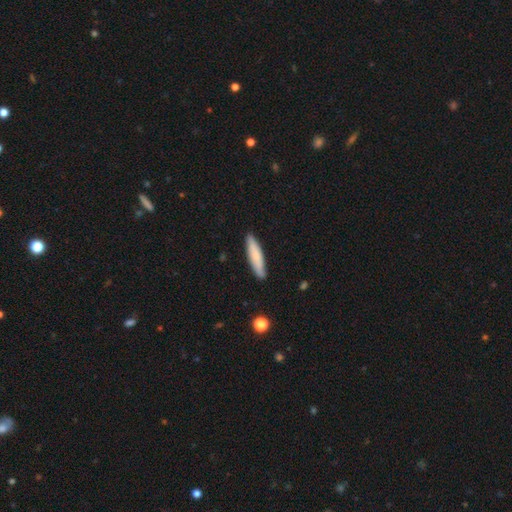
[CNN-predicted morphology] Q: Smooth or featured?
A: smooth (78%); runner-up: featured or disk (17%)
Q: How rounded?
A: cigar-shaped (82%); runner-up: in between (16%)
Q: Merging?
A: none (88%); runner-up: minor disturbance (9%)